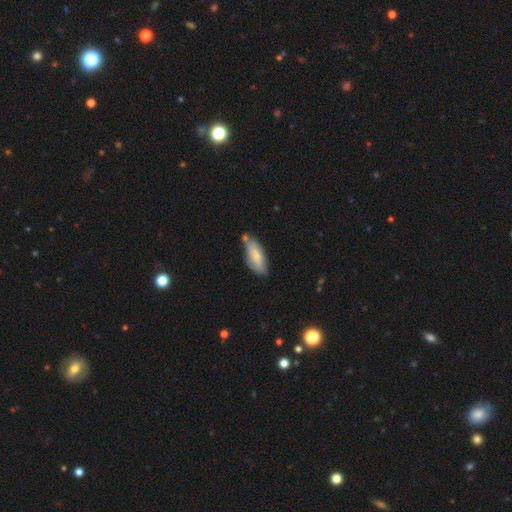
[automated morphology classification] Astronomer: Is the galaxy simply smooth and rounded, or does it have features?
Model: smooth — 72%.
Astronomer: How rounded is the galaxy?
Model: in between — 76%.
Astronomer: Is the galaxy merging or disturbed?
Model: none — 56%.